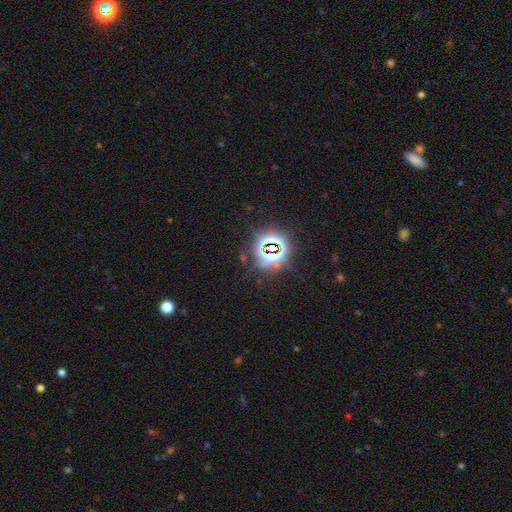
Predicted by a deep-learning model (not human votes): Morphology: type=star or artifact (82%).